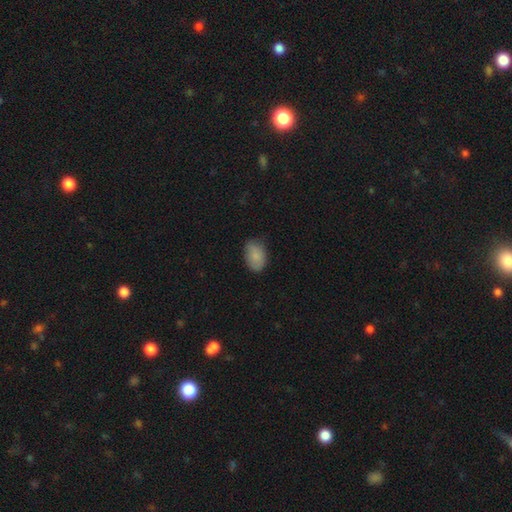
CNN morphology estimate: Smooth or featured: smooth — 86% (featured or disk — 7%)
How rounded: in between — 88% (round — 11%)
Merging: none — 74% (minor disturbance — 21%)